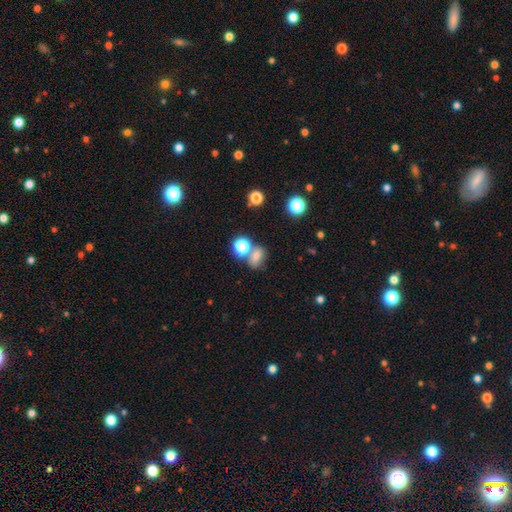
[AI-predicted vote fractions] A smooth galaxy with no disk features (70%) that is in between round and cigar-shaped (64%). Merging: none (50%).